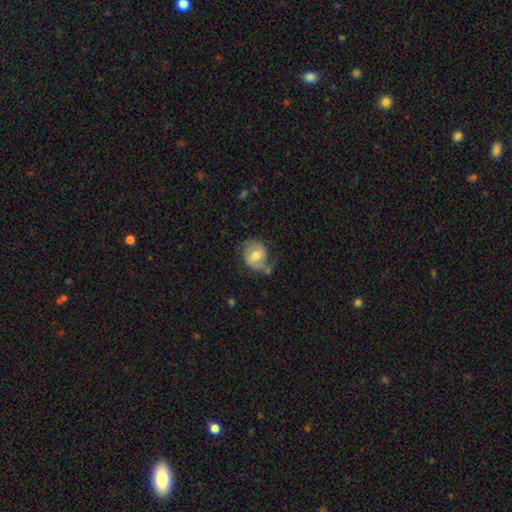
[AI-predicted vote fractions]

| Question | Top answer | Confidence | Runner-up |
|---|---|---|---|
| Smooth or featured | smooth | 47% | featured or disk (46%) |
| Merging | none | 52% | minor disturbance (28%) |